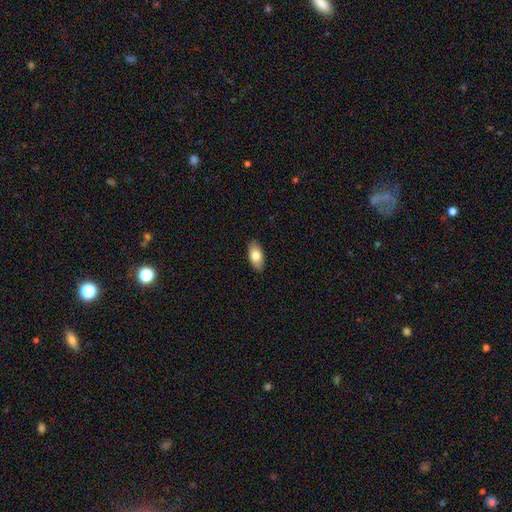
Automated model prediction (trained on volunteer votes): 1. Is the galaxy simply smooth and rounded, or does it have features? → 79% smooth, 15% featured or disk, 6% star or artifact.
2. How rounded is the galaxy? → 92% in between, 4% cigar-shaped, 3% round.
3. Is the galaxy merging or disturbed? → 89% none, 8% minor disturbance, 2% major disturbance, 1% merger.